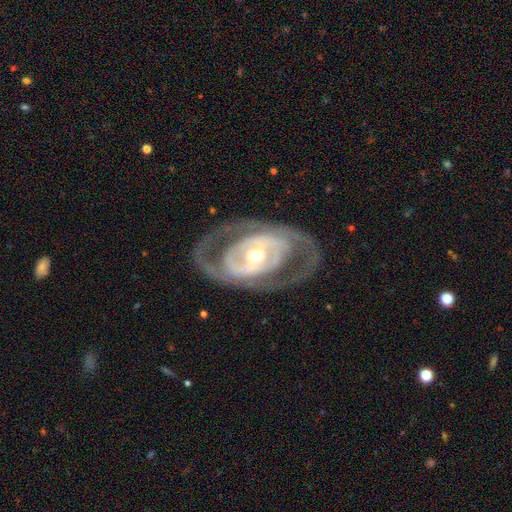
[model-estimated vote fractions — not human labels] Morphology: type=featured or disk (83%); edge-on=no (93%); bar=no (35%); spiral arms=yes (59%); bulge=moderate (54%); merging=none (76%).